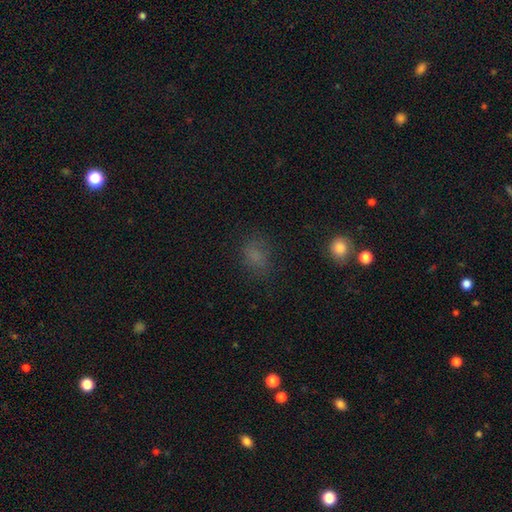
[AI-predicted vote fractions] A smooth galaxy with no disk features (71%) that is in between round and cigar-shaped (64%).

Vote fractions:
- Smooth or featured? smooth: 71% / star or artifact: 20% / featured or disk: 9%
- How rounded? in between: 64% / round: 34% / cigar-shaped: 2%
- Merging? none: 71% / minor disturbance: 18% / major disturbance: 9% / merger: 2%